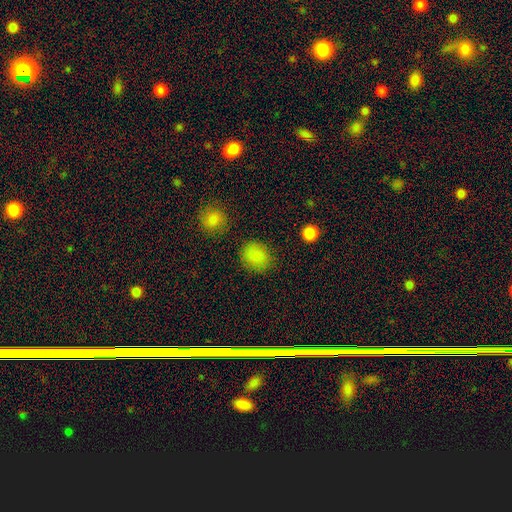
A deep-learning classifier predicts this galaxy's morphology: The model was most divided on "how rounded": round: 69%, in between: 30%, cigar-shaped: 1%. More confident: smooth or featured — smooth (87%); merging — none (83%).